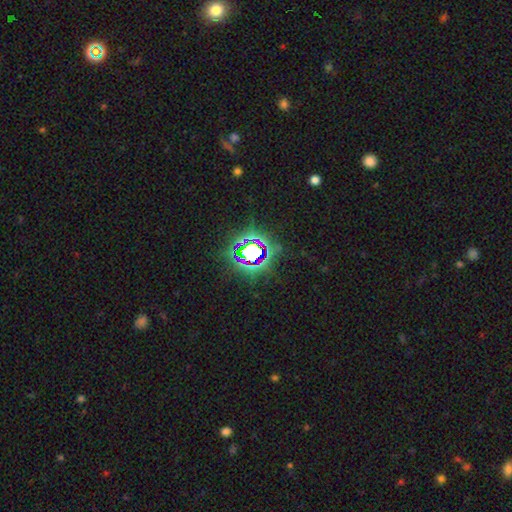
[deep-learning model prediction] Smooth or featured? star or artifact (75%)